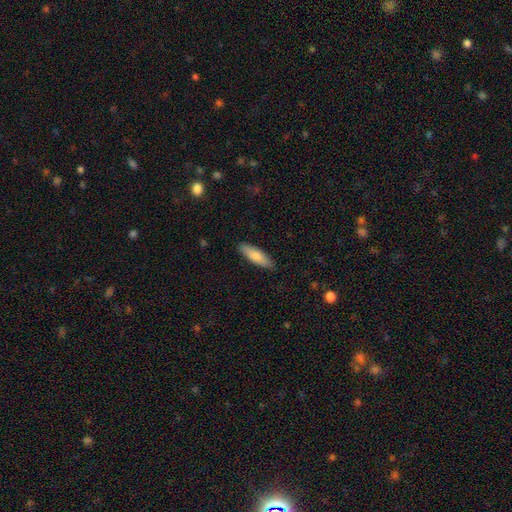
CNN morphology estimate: A smooth galaxy with no disk features (77%) that is cigar-shaped (54%).

Vote fractions:
- Smooth or featured? smooth: 77% / featured or disk: 17% / star or artifact: 6%
- How rounded? cigar-shaped: 54% / in between: 45% / round: 2%
- Merging? none: 88% / minor disturbance: 9% / major disturbance: 2% / merger: 1%